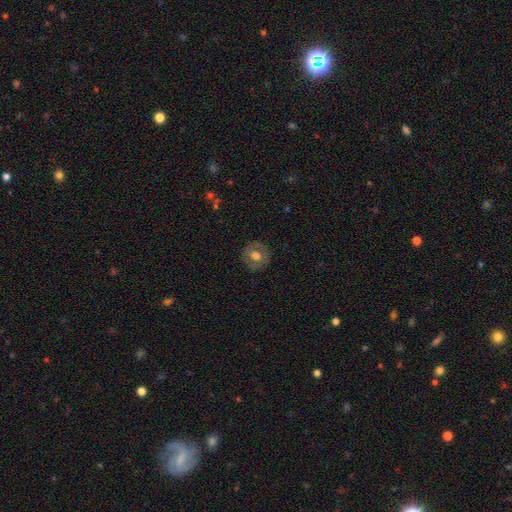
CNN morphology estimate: type=smooth (51%); roundness=round (90%); merging=none (86%).